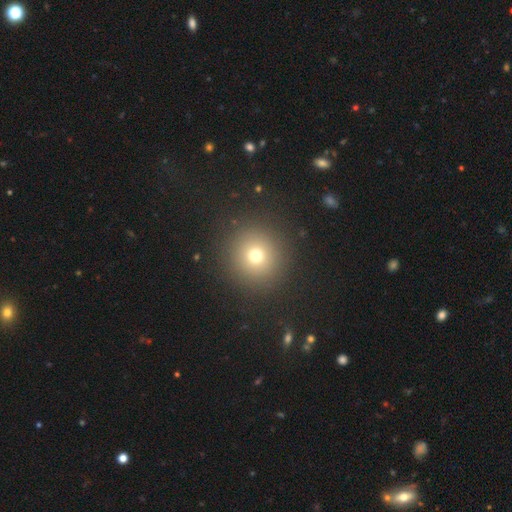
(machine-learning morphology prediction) type=smooth (72%); roundness=round (94%); merging=none (90%).